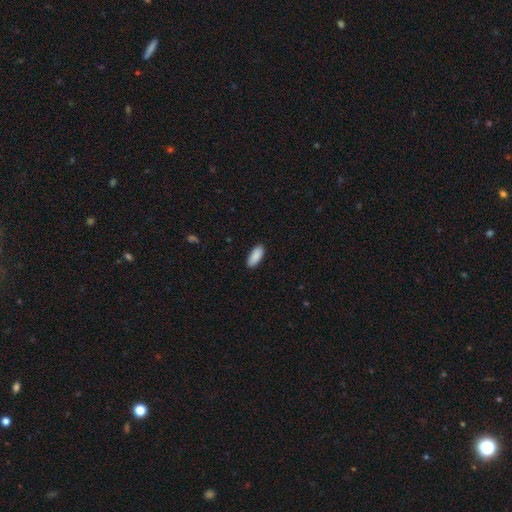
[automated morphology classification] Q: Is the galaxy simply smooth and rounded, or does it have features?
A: smooth — 90%.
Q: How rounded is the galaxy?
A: in between — 82%.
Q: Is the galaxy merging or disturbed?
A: none — 89%.